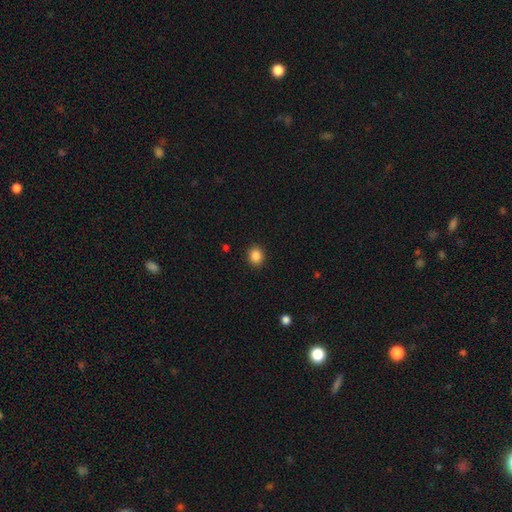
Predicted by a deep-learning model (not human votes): Morphology: type=smooth (87%); roundness=round (66%); merging=none (91%).